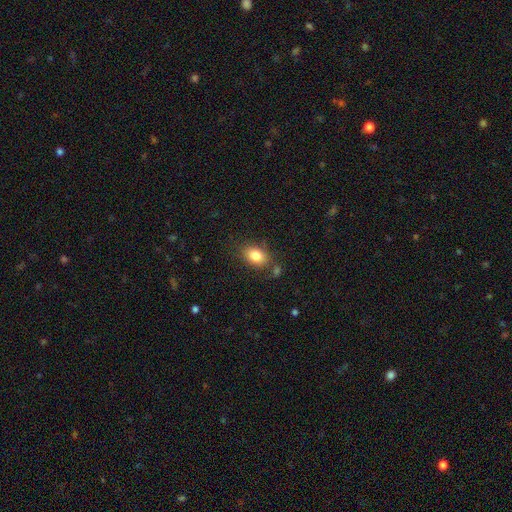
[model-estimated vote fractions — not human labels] A smooth galaxy with no disk features (83%) that is in between round and cigar-shaped (80%). Merging: none (74%).